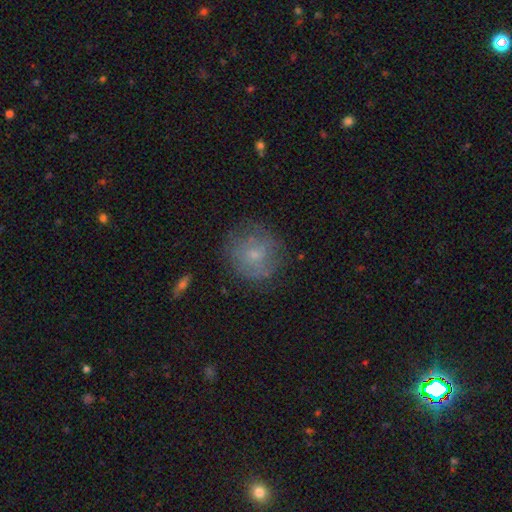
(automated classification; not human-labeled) A smooth galaxy with no disk features (51%) that is round (88%). Merging: none (80%).